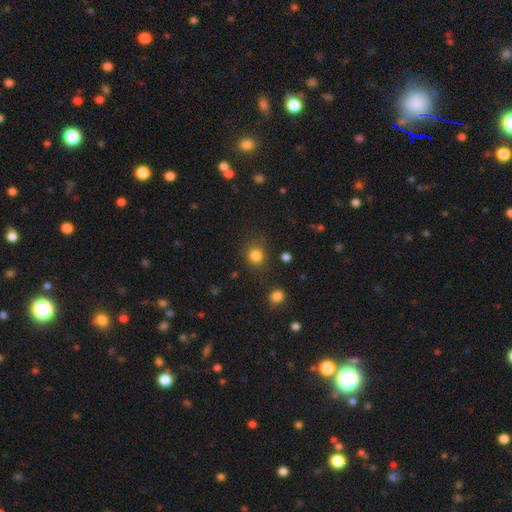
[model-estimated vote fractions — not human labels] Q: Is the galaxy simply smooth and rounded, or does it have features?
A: smooth — 82%.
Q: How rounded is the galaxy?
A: round — 86%.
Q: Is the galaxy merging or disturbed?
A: none — 80%.